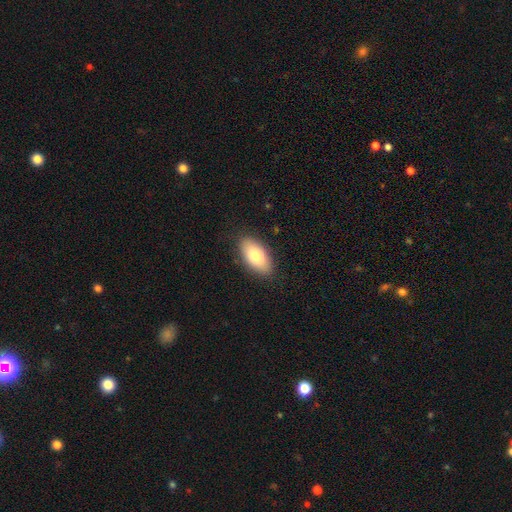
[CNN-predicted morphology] smooth-or-featured: smooth: 82% | featured or disk: 12% | star or artifact: 6%
  how-rounded: in between: 93% | cigar-shaped: 5% | round: 3%
  merging: none: 86% | minor disturbance: 11% | major disturbance: 2% | merger: 1%